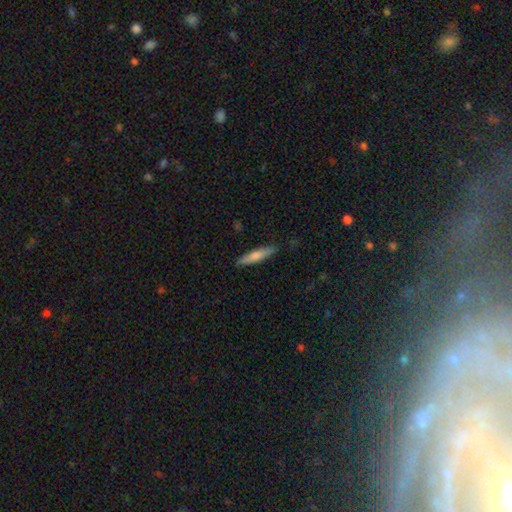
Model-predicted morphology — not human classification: smooth 71%, featured or disk 24%, star or artifact 6%. Down the decision tree: how rounded — cigar-shaped (85%); merging — none (85%).